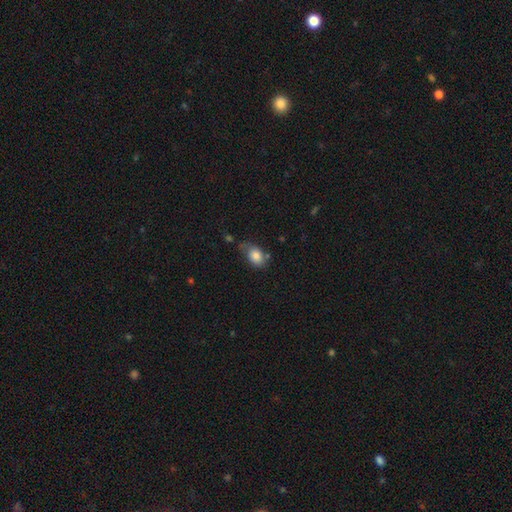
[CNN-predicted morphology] smooth-or-featured: smooth: 83% | featured or disk: 9% | star or artifact: 8%
  how-rounded: in between: 81% | round: 18% | cigar-shaped: 2%
  merging: none: 48% | minor disturbance: 31% | major disturbance: 12% | merger: 10%